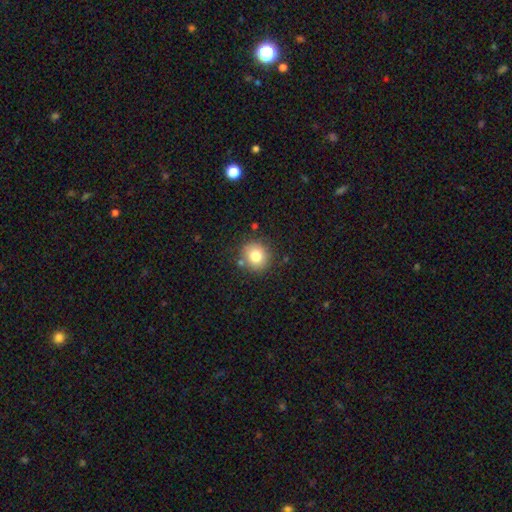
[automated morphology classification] Smooth or featured? Predicted: smooth (p=0.79). How rounded? Predicted: round (p=0.87). Merging? Predicted: none (p=0.83).